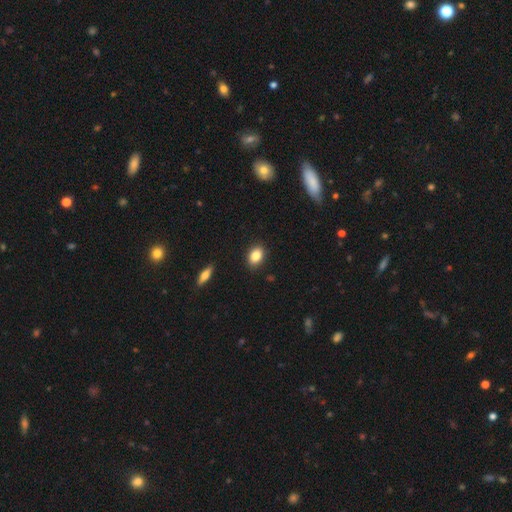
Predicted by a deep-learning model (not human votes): smooth_or_featured: smooth (p=0.85) [alt: star or artifact p=0.08]
how_rounded: in between (p=0.77) [alt: round p=0.21]
merging: none (p=0.88) [alt: minor disturbance p=0.09]